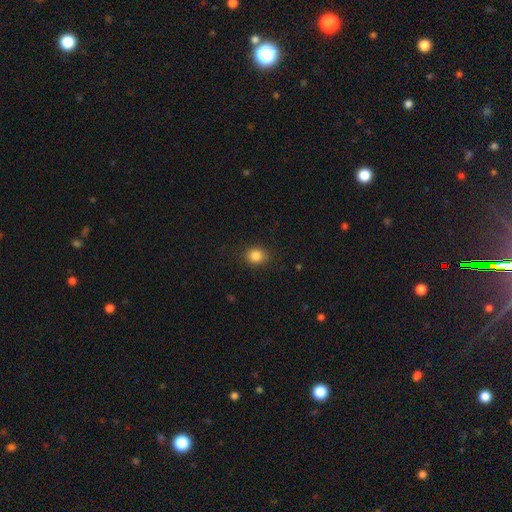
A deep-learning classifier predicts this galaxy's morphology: smooth-or-featured: smooth: 85% | star or artifact: 11% | featured or disk: 5%
  how-rounded: round: 68% | in between: 31% | cigar-shaped: 1%
  merging: none: 88% | minor disturbance: 9% | major disturbance: 3% | merger: 1%